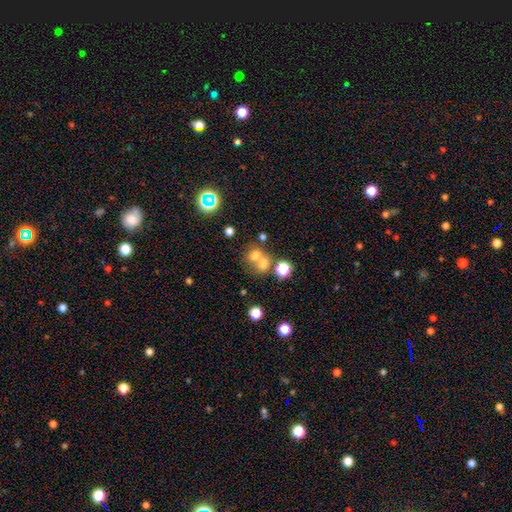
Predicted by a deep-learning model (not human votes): Smooth or featured? smooth (58%)
How rounded? round (75%)
Merging? merger (48%)